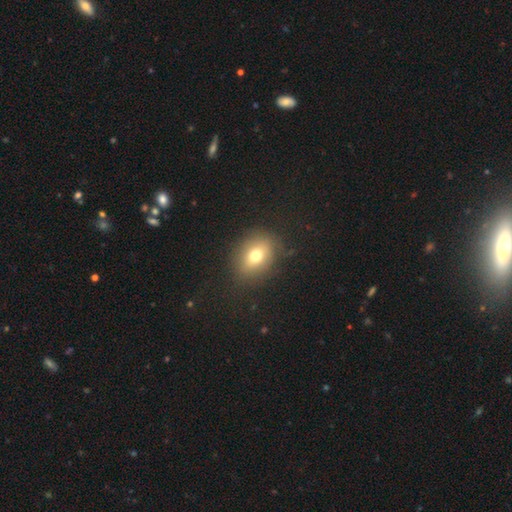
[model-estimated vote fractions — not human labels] Overall: smooth (72%). How rounded: in between (59%; round 40%). Merging: none (81%).